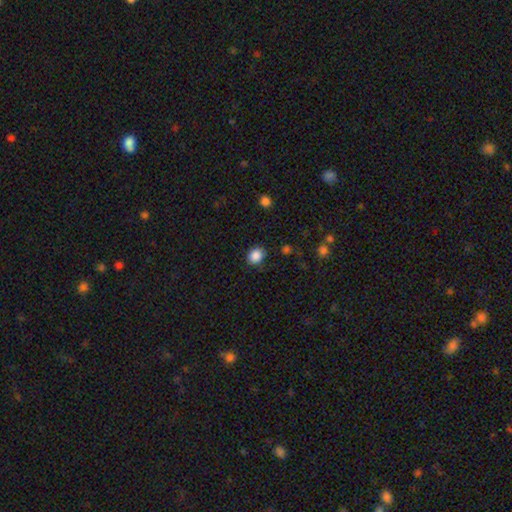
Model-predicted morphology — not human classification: smooth_or_featured: smooth (p=0.87) [alt: star or artifact p=0.10]
how_rounded: round (p=0.60) [alt: in between p=0.39]
merging: none (p=0.85) [alt: minor disturbance p=0.11]